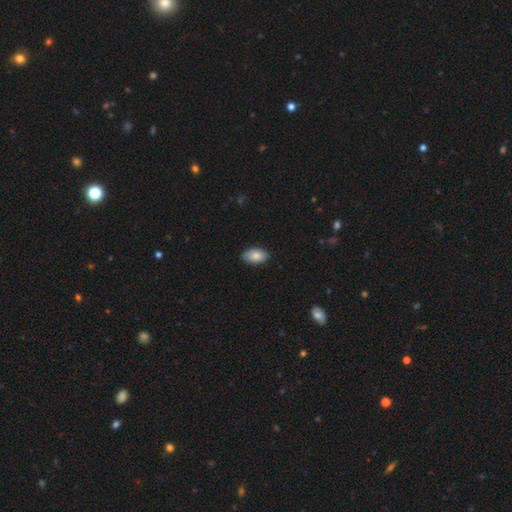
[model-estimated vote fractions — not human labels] A smooth galaxy with no disk features (85%) that is in between round and cigar-shaped (93%). Merging: none (85%).